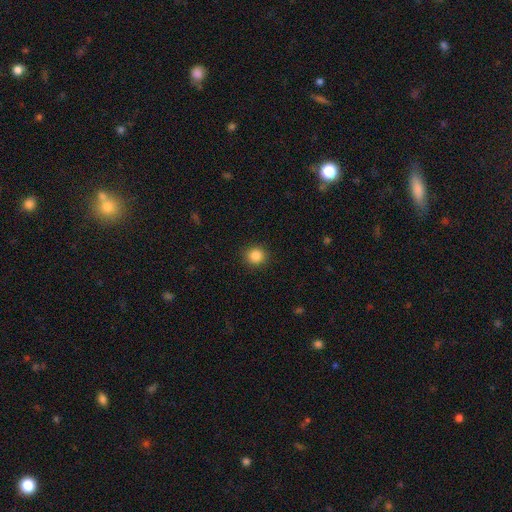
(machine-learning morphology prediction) Smooth or featured? smooth (86%)
How rounded? round (92%)
Merging? none (91%)